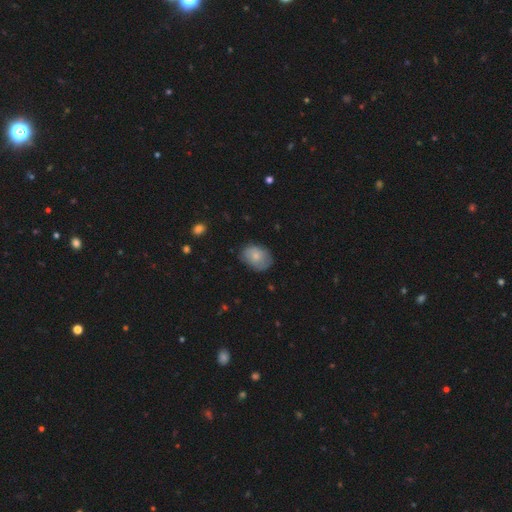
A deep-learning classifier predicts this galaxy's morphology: Smooth or featured? smooth (73%)
How rounded? in between (74%)
Merging? none (69%)